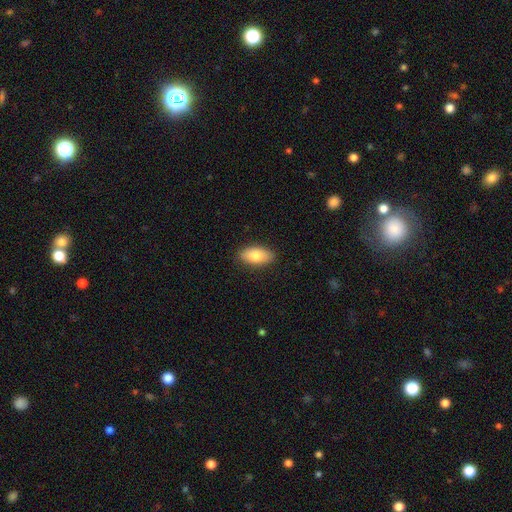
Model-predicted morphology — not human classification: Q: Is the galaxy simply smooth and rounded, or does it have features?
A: smooth — 82%.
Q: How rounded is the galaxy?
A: in between — 92%.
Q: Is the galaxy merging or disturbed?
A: none — 88%.